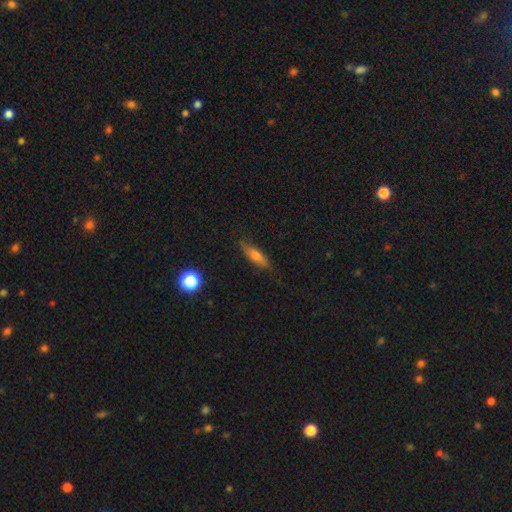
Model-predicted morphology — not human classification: Smooth or featured? Predicted: smooth (p=0.60). How rounded? Predicted: cigar-shaped (p=0.58). Merging? Predicted: none (p=0.80).